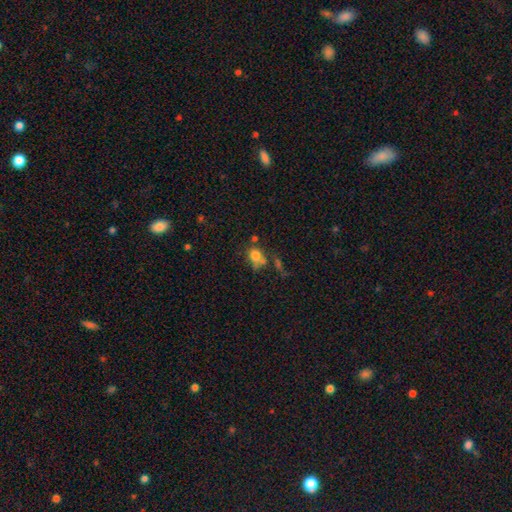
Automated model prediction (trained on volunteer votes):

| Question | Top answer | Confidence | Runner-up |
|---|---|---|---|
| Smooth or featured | smooth | 75% | star or artifact (13%) |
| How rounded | in between | 49% | tied: round (49%) |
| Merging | none | 42% | merger (27%) |